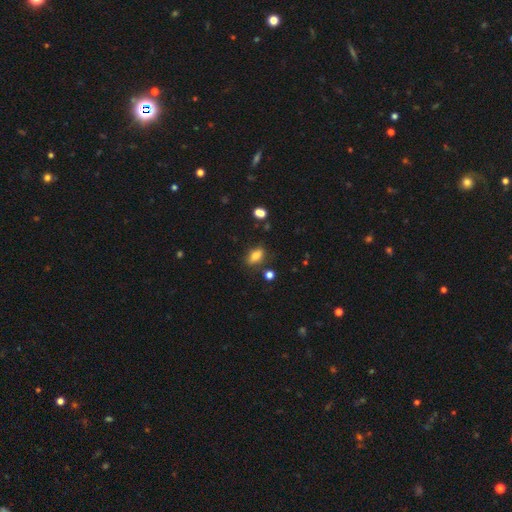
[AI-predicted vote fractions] Smooth or featured? smooth (80%)
How rounded? in between (82%)
Merging? none (78%)